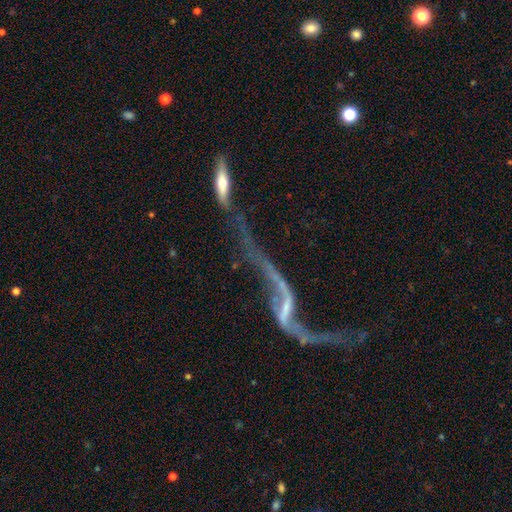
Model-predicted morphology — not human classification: Smooth or featured? featured or disk (77%)
Edge-on disk? no (76%)
Bar? no (50%)
Spiral arms? yes (70%)
Bulge size? small (46%)
Merging? merger (40%)